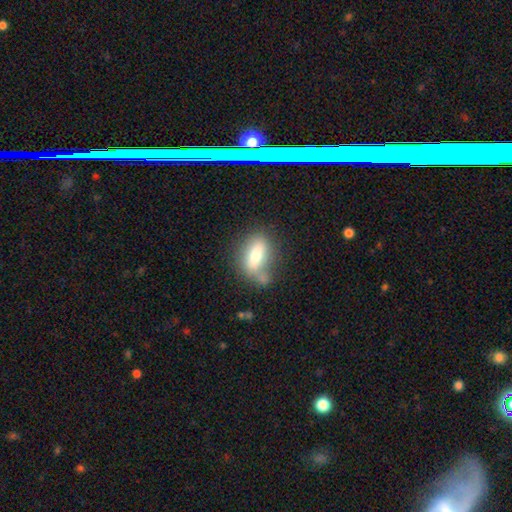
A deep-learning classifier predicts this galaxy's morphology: Q: Smooth or featured?
A: smooth (72%); runner-up: featured or disk (20%)
Q: How rounded?
A: in between (79%); runner-up: cigar-shaped (14%)
Q: Merging?
A: none (47%); runner-up: minor disturbance (22%)